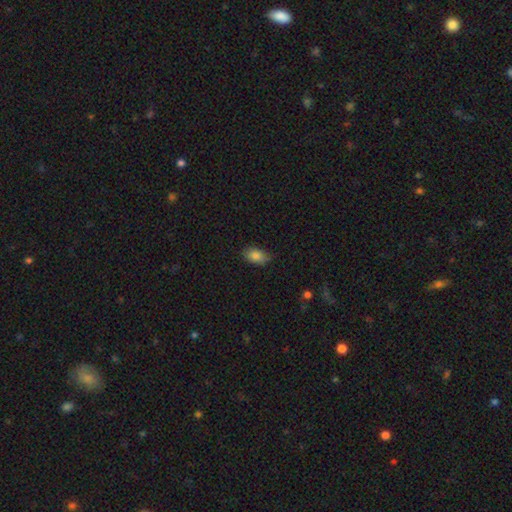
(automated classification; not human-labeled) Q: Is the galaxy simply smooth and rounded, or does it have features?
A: smooth — 85%.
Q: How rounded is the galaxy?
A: in between — 89%.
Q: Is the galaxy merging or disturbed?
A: none — 78%.